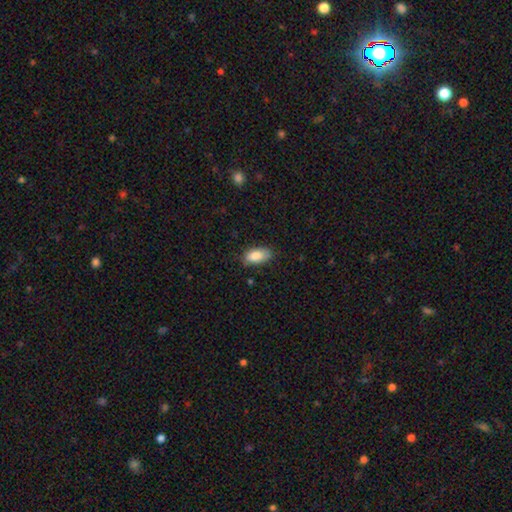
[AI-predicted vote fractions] Smooth or featured? smooth (86%)
How rounded? in between (92%)
Merging? none (73%)